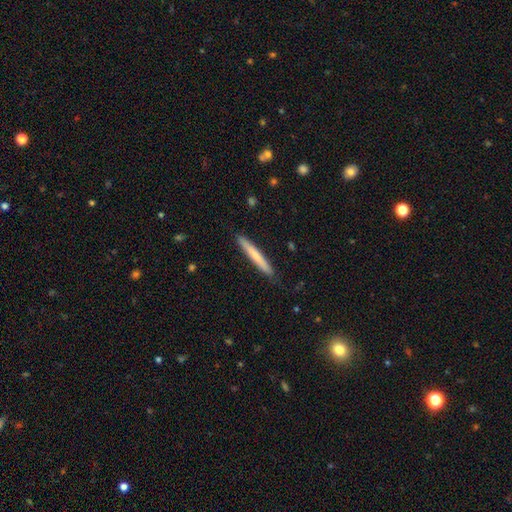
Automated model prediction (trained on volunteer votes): Morphology: type=smooth (65%); roundness=cigar-shaped (96%); merging=none (88%).